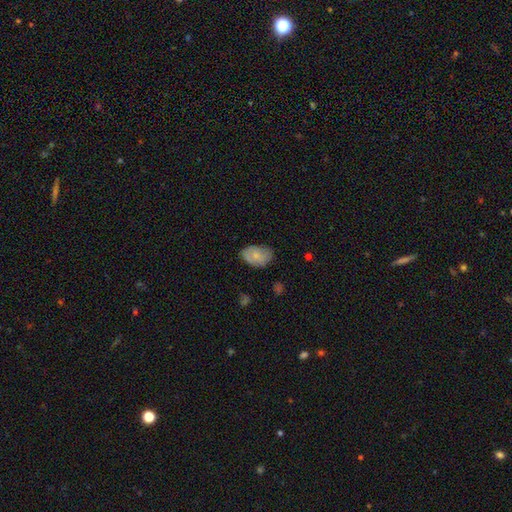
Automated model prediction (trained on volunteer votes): smooth-or-featured: smooth: 72% | featured or disk: 21% | star or artifact: 7%
  how-rounded: in between: 84% | round: 14% | cigar-shaped: 1%
  merging: none: 65% | minor disturbance: 27% | major disturbance: 6% | merger: 1%